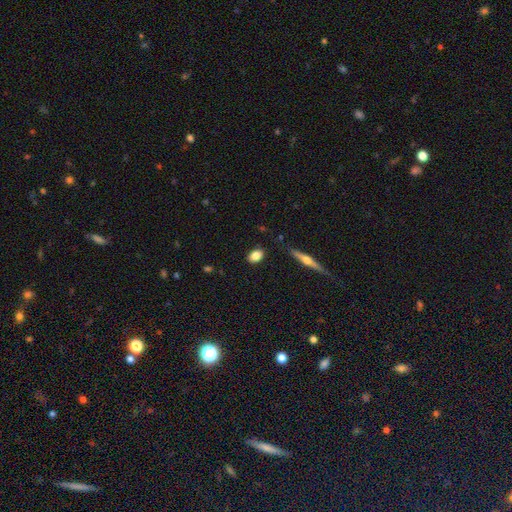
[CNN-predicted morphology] This is clearly a smooth galaxy (82%). How rounded: likely in between (80%). Merging: clearly none (87%).